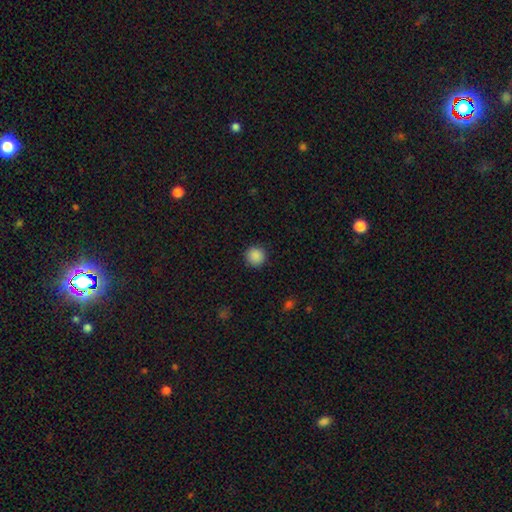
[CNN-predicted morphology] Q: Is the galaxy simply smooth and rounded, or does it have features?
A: smooth — 89%.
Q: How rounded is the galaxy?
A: round — 95%.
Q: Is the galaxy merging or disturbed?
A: none — 91%.